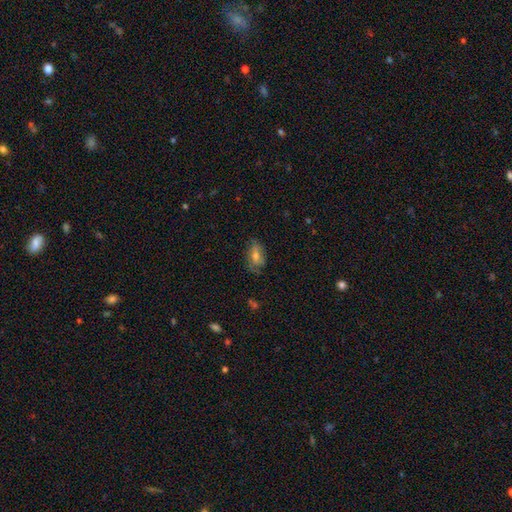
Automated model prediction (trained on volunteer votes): Overall: smooth (47%; featured or disk 39%). Merging: none (65%).